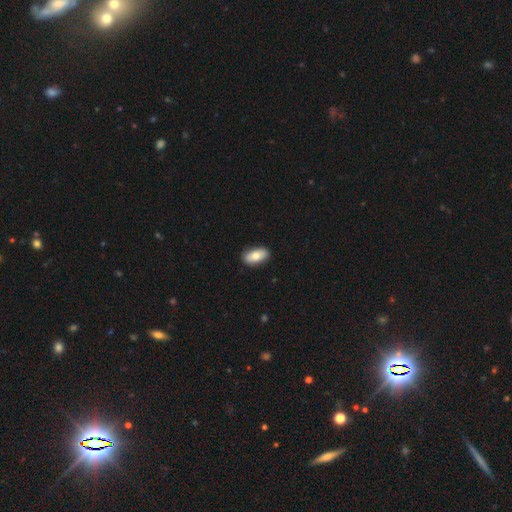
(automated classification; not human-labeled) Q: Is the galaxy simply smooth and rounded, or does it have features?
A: smooth — 74%.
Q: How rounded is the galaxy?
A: in between — 92%.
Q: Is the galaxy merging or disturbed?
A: none — 87%.